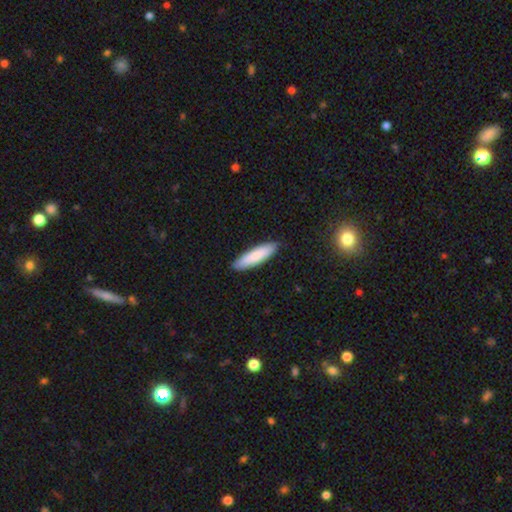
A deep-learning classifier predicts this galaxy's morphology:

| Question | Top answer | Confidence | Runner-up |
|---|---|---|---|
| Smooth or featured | smooth | 83% | featured or disk (12%) |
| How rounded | cigar-shaped | 70% | in between (29%) |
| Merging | none | 88% | minor disturbance (10%) |